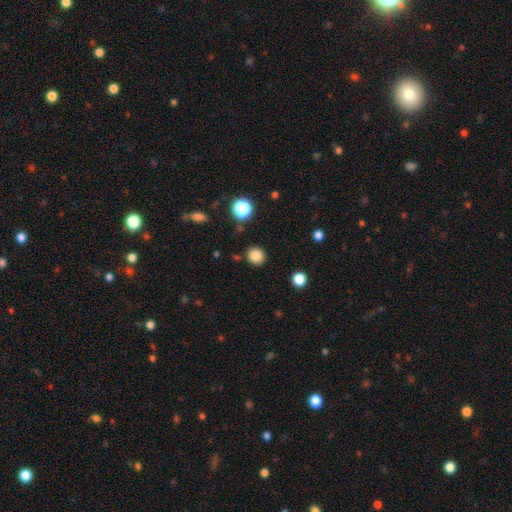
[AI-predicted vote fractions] smooth 84%, star or artifact 11%, featured or disk 4%. Down the decision tree: how rounded — round (82%); merging — none (88%).